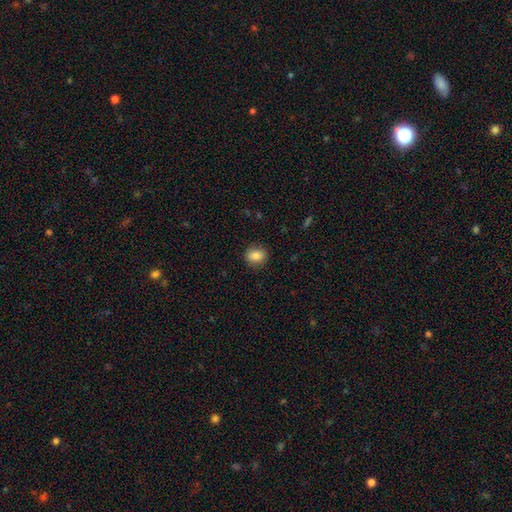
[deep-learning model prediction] This is clearly a smooth galaxy (85%). How rounded: likely round (64%). Merging: clearly none (88%).